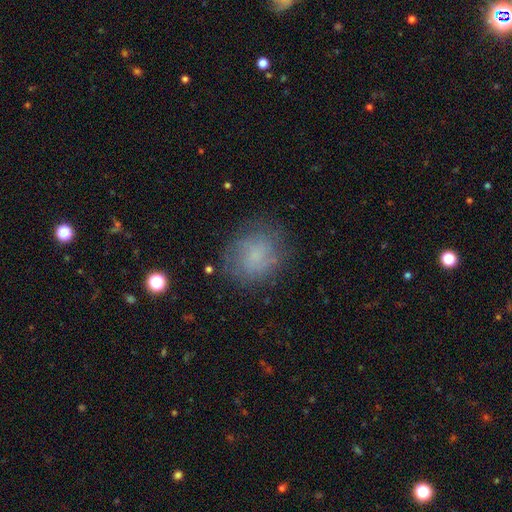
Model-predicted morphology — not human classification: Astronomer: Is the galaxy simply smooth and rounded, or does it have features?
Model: smooth — 57%.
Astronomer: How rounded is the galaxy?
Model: round — 72%.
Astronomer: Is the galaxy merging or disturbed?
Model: none — 73%.